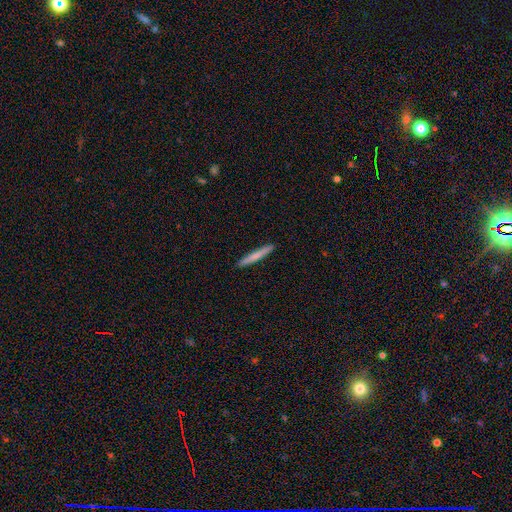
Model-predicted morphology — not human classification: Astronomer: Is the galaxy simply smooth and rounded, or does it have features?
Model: smooth — 71%.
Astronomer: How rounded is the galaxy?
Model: cigar-shaped — 96%.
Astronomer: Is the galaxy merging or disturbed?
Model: none — 93%.